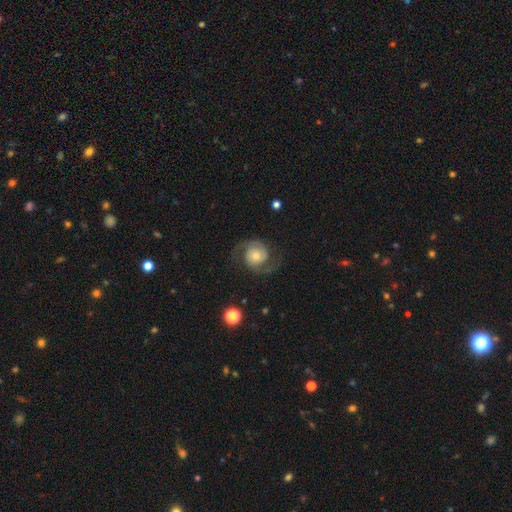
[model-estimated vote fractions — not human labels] This is clearly a featured or disk galaxy (87%). It is clearly not viewed edge-on (98%). Bar: likely no (72%). Spiral arm pattern: clearly yes (97%). Spiral arm count: clearly 2 (93%). Spiral winding: possibly medium (55%). Central bulge: possibly moderate (46%). Merging: likely none (78%).